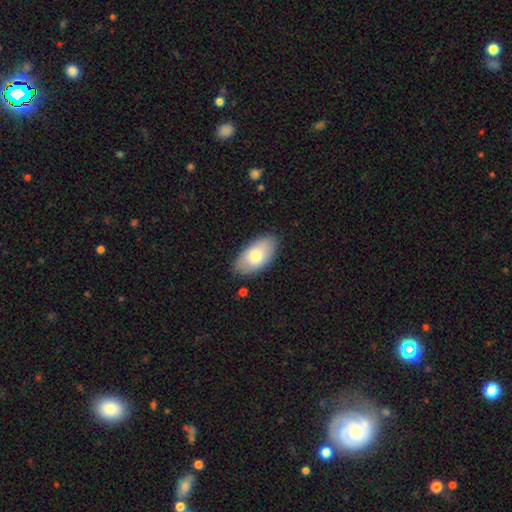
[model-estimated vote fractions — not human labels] This is likely a smooth galaxy (76%). How rounded: clearly in between (94%). Merging: clearly none (83%).